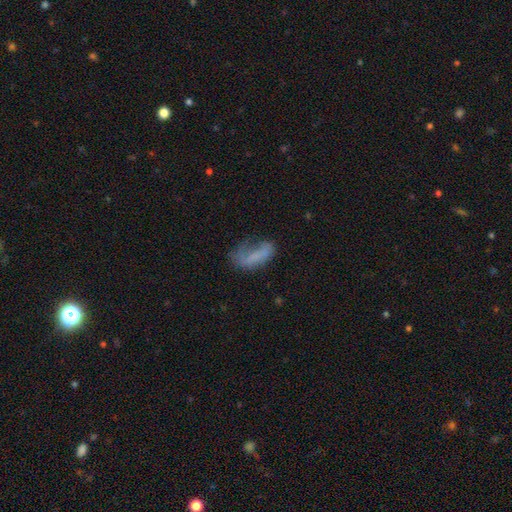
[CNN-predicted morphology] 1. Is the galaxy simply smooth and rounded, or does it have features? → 56% smooth, 33% featured or disk, 12% star or artifact.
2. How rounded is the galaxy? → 78% in between, 18% cigar-shaped, 4% round.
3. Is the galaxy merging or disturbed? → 39% major disturbance, 31% none, 26% minor disturbance, 4% merger.